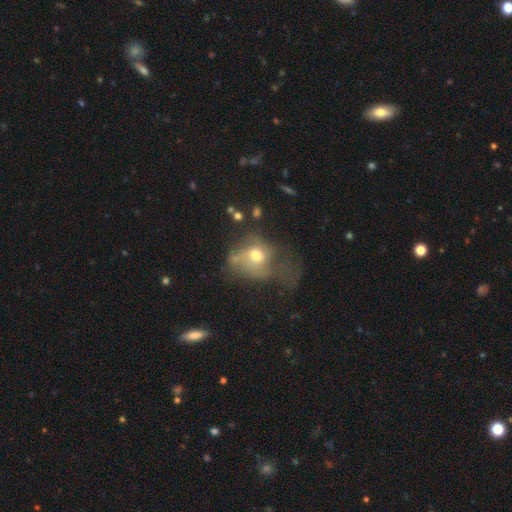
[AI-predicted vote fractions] A smooth galaxy with no disk features (52%) that is round (56%).

Vote fractions:
- Smooth or featured? smooth: 52% / featured or disk: 34% / star or artifact: 14%
- How rounded? round: 56% / in between: 42% / cigar-shaped: 2%
- Merging? major disturbance: 50% / none: 23% / minor disturbance: 21% / merger: 6%